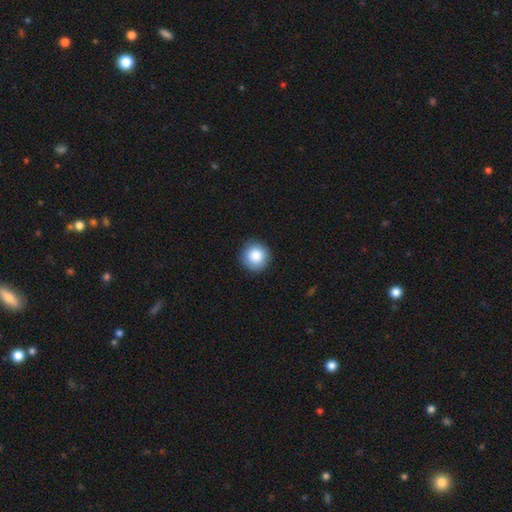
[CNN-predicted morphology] Overall: smooth (86%). How rounded: round (95%). Merging: none (90%).